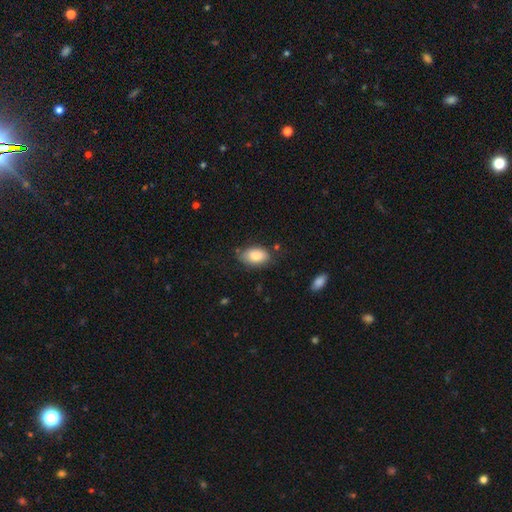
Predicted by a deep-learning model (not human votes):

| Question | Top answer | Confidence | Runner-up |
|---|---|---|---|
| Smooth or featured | smooth | 85% | featured or disk (8%) |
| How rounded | in between | 93% | round (6%) |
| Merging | none | 74% | minor disturbance (19%) |